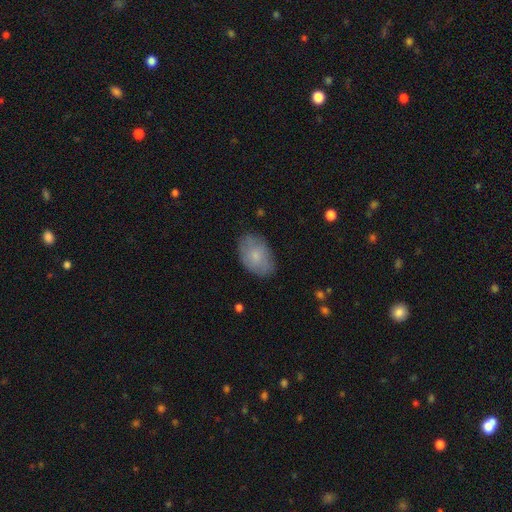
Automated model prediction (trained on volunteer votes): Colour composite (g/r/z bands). It shows a smooth galaxy with no disk features (75%) that is in between round and cigar-shaped (89%). Merging: none (78%).